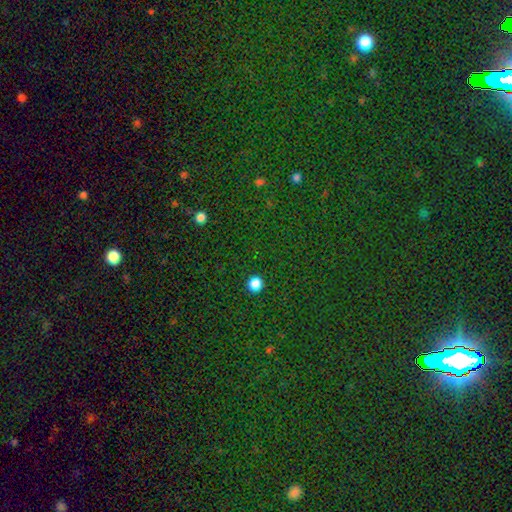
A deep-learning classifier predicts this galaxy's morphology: A star or artifact, not a galaxy (78%).